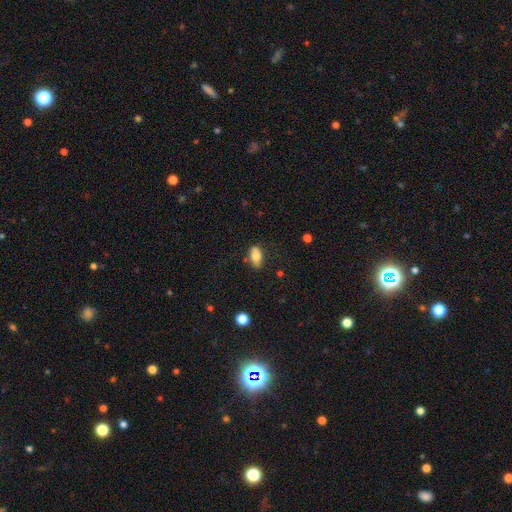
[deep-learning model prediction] Smooth or featured? smooth (78%)
How rounded? in between (87%)
Merging? none (72%)